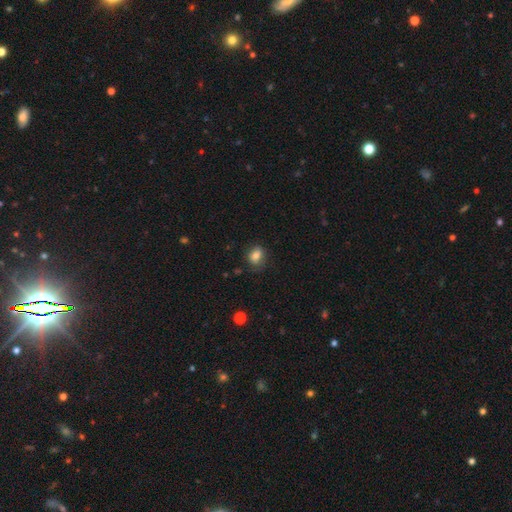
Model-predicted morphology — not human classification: Smooth or featured?
  - smooth: 78% *
  - featured or disk: 11%
  - star or artifact: 10%
How rounded?
  - in between: 62% *
  - round: 37%
  - cigar-shaped: 1%
Merging?
  - none: 69% *
  - minor disturbance: 22%
  - major disturbance: 6%
  - merger: 2%